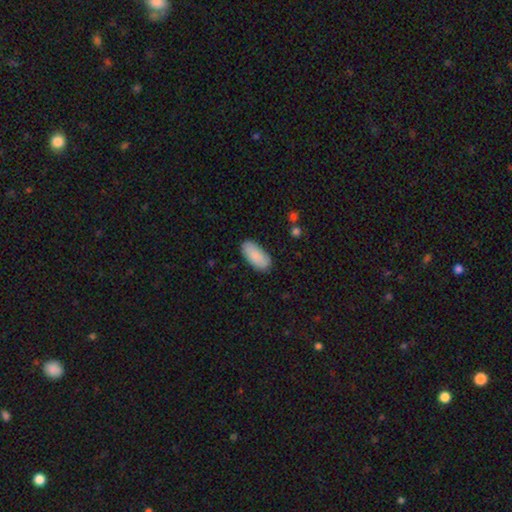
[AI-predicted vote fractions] The model was most divided on "merging": none: 84%, minor disturbance: 12%, major disturbance: 2%, merger: 1%. More confident: how rounded — in between (91%); smooth or featured — smooth (88%).